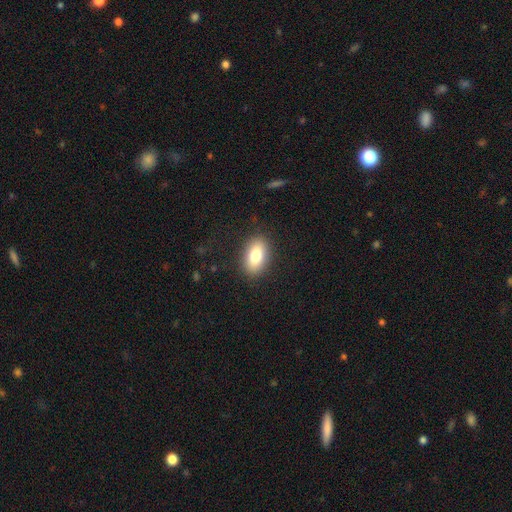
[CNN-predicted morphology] Overall: smooth (80%). How rounded: in between (89%). Merging: none (88%).